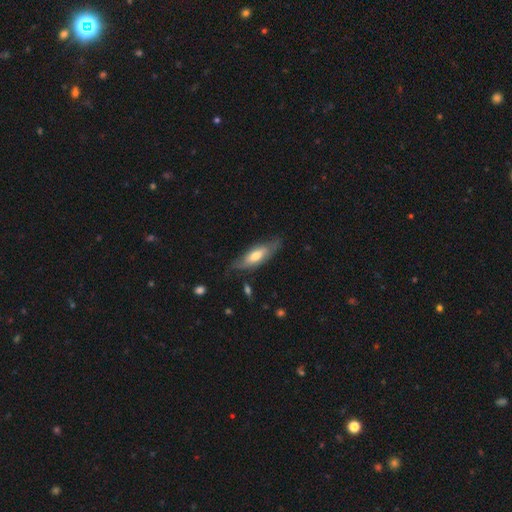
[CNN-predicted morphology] smooth 53%, featured or disk 42%, star or artifact 5%. Down the decision tree: how rounded — in between (58%); merging — none (67%).